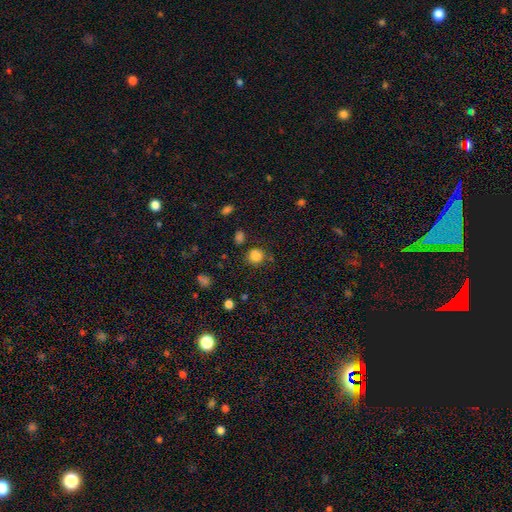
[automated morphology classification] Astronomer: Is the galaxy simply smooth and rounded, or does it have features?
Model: smooth — 81%.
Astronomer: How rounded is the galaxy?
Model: round — 72%.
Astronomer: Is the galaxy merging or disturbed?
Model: none — 70%.